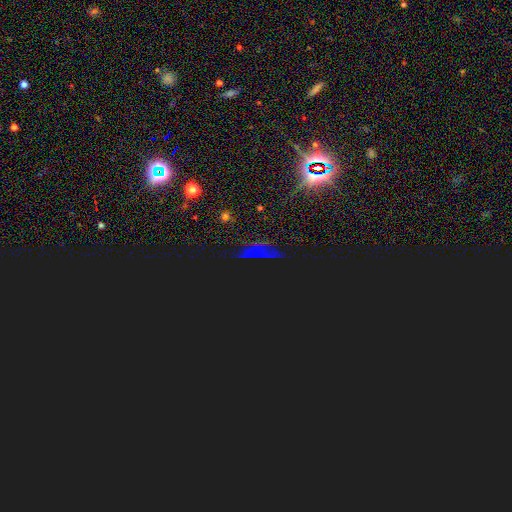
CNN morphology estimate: smooth-or-featured: star or artifact: 78% | smooth: 14% | featured or disk: 8%